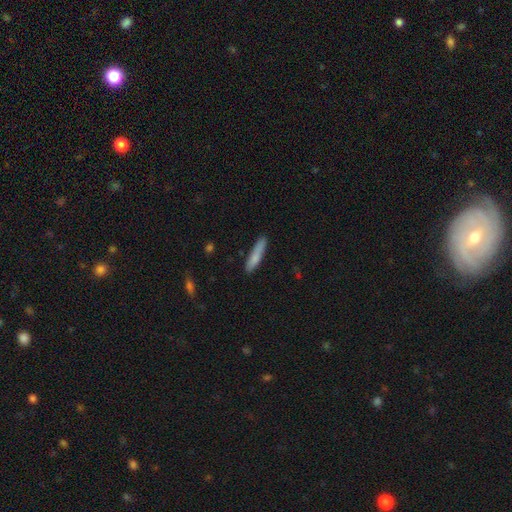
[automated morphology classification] A smooth galaxy with no disk features (79%) that is cigar-shaped (89%). Merging: none (83%).